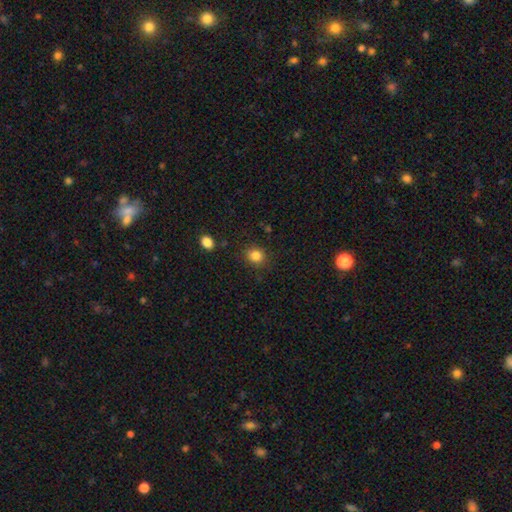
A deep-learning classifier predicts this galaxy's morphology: smooth_or_featured: smooth (p=0.84) [alt: star or artifact p=0.11]
how_rounded: round (p=0.77) [alt: in between p=0.22]
merging: none (p=0.86) [alt: minor disturbance p=0.09]